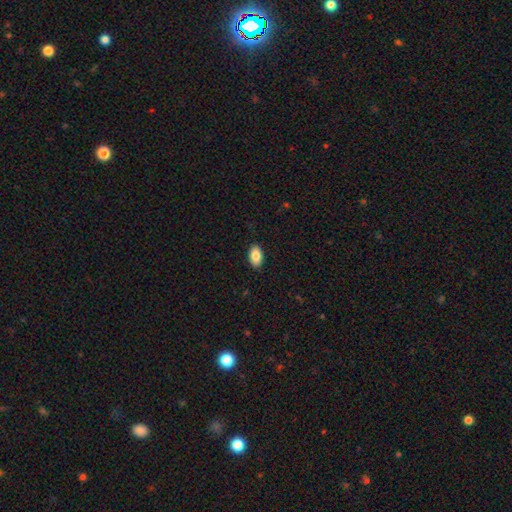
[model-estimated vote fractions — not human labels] Morphology: type=smooth (87%); roundness=in between (94%); merging=none (90%).